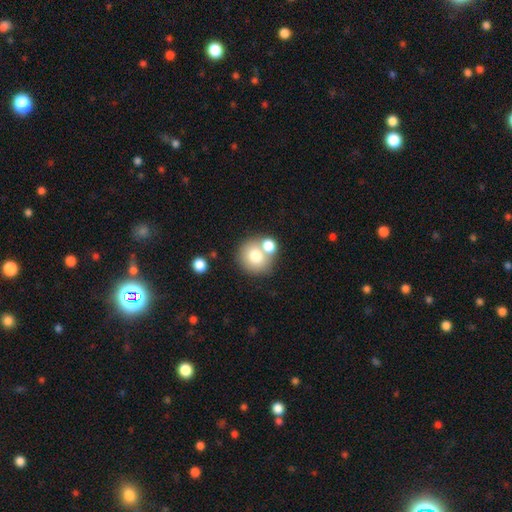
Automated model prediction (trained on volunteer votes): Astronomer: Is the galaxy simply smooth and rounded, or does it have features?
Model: smooth — 74%.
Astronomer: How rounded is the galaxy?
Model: round — 86%.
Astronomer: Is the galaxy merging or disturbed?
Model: none — 53% (runner-up: merger, 35%).